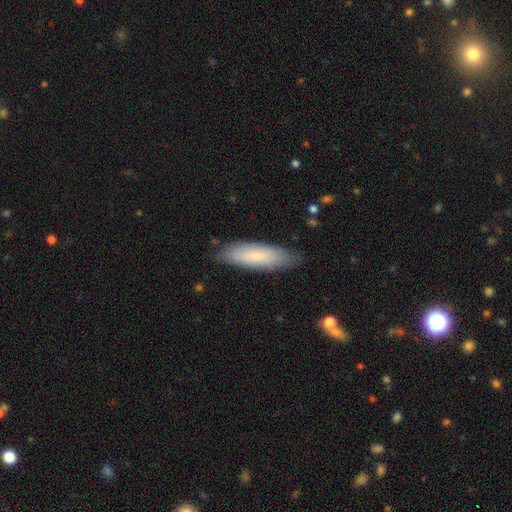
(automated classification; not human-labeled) Q: Smooth or featured?
A: smooth (73%); runner-up: featured or disk (21%)
Q: How rounded?
A: cigar-shaped (52%); runner-up: in between (46%)
Q: Merging?
A: none (82%); runner-up: minor disturbance (14%)